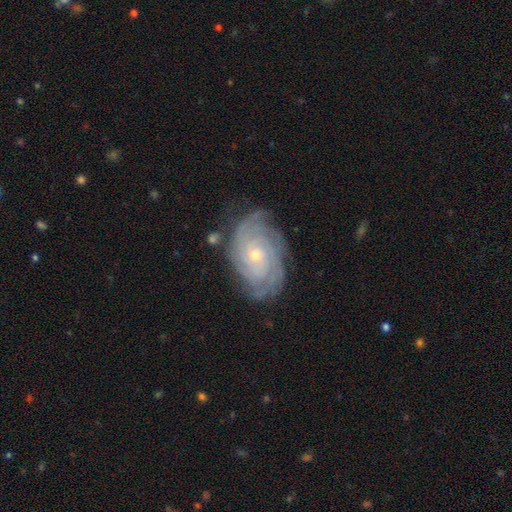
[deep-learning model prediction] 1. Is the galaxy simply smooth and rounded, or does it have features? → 84% featured or disk, 9% smooth, 6% star or artifact.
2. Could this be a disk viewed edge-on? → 96% no, 4% yes.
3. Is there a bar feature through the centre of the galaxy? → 78% no, 18% weak, 4% strong.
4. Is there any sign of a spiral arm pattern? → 96% yes, 4% no.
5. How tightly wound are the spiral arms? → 76% tight, 20% medium, 4% loose.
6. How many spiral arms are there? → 35% can't tell, 21% 4, 16% 3, 13% 2, 10% more than 4, 6% 1.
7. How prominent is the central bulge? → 67% small, 30% moderate, 1% large, 1% none, 1% dominant.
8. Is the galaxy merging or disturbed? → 74% none, 18% minor disturbance, 6% major disturbance, 2% merger.